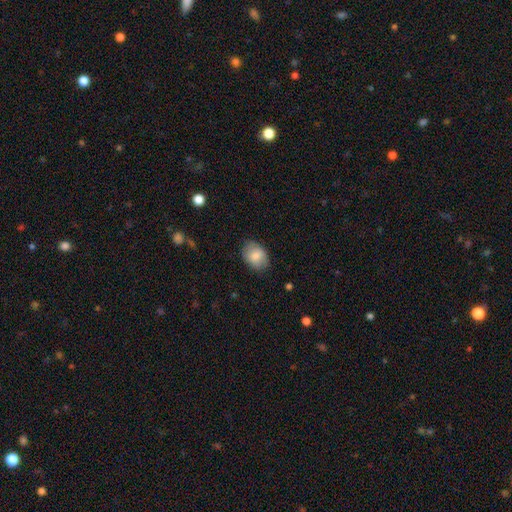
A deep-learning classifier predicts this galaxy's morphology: smooth-or-featured: smooth: 81% | featured or disk: 13% | star or artifact: 7%
  how-rounded: in between: 73% | round: 26% | cigar-shaped: 1%
  merging: none: 78% | minor disturbance: 17% | major disturbance: 4% | merger: 1%